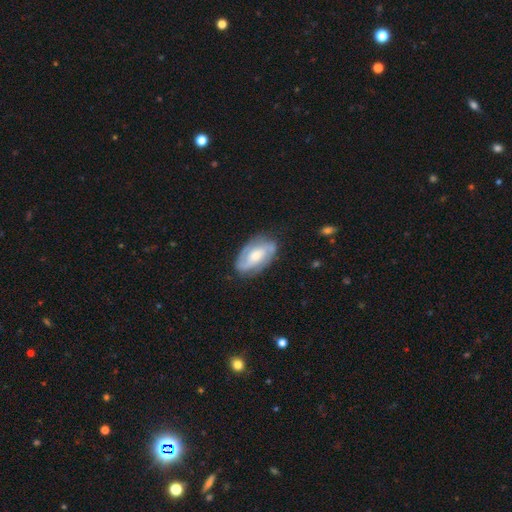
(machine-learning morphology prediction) Smooth or featured?
  - featured or disk: 75% *
  - smooth: 20%
  - star or artifact: 5%
Edge-on disk?
  - no: 95% *
  - yes: 5%
Bar?
  - weak: 42% *
  - no: 39%
  - strong: 19%
Spiral arms?
  - yes: 91% *
  - no: 9%
Spiral winding?
  - medium: 44% *
  - tight: 40%
  - loose: 16%
Spiral arm count?
  - 2: 80% *
  - can't tell: 11%
  - 1: 4%
  - 3: 4%
  - 4: 1%
  - more than 4: 1%
Bulge size?
  - moderate: 54% *
  - small: 23%
  - large: 17%
  - none: 4%
  - dominant: 2%
Merging?
  - none: 75% *
  - minor disturbance: 17%
  - major disturbance: 6%
  - merger: 2%